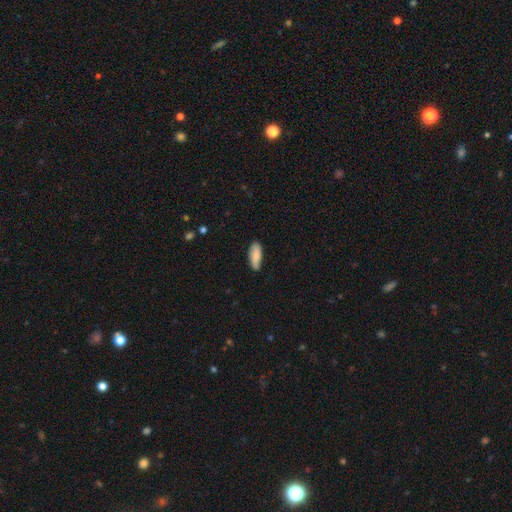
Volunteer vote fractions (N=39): A smooth galaxy with no disk features (79%) that is in between round and cigar-shaped (58%). Merging: none (89%).